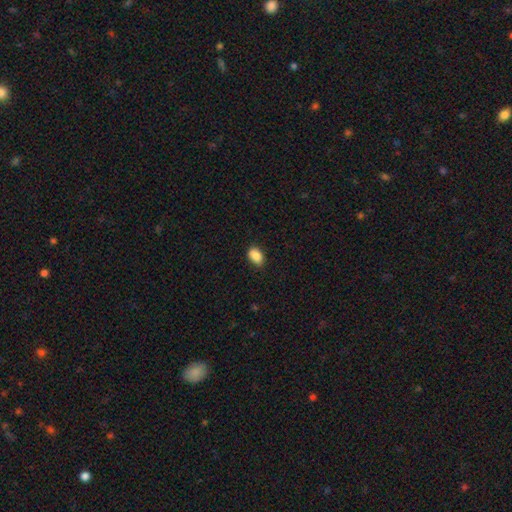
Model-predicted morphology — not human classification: Smooth or featured? smooth (88%)
How rounded? in between (86%)
Merging? none (84%)